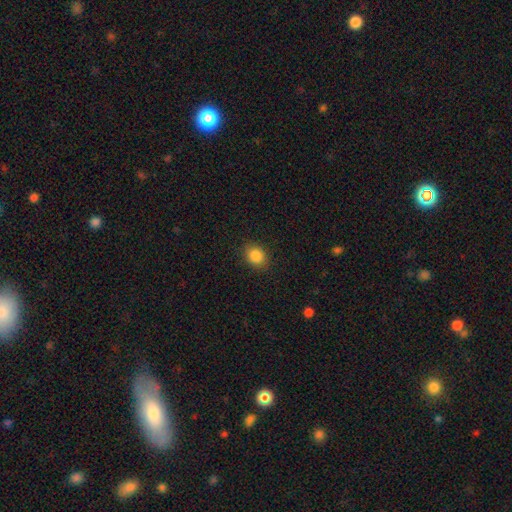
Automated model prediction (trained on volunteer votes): A smooth galaxy with no disk features (85%) that is round (51%). Merging: none (88%).